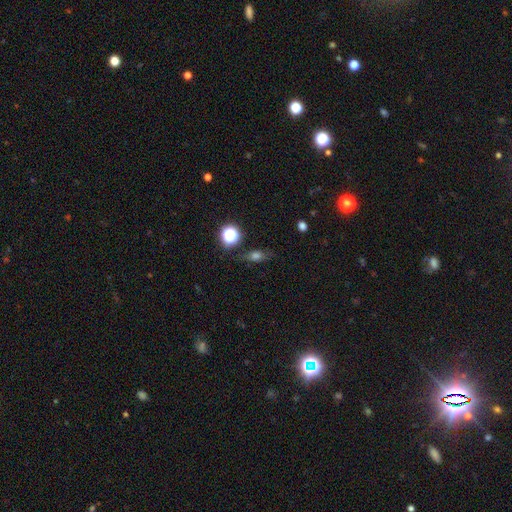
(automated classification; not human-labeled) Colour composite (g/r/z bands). It shows a smooth galaxy with no disk features (56%) that is in between round and cigar-shaped (57%). Merging: none (77%).